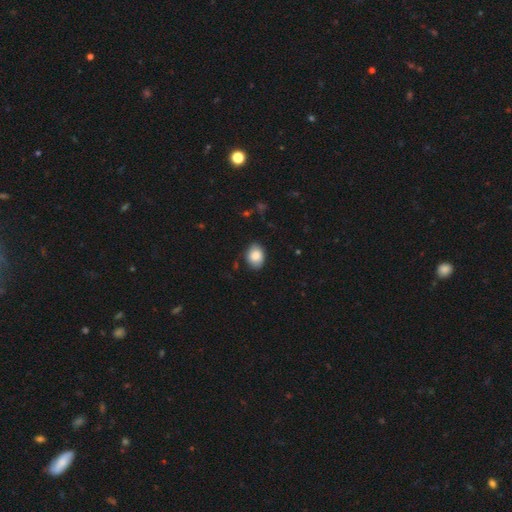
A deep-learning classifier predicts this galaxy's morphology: Smooth or featured? Predicted: smooth (p=0.85). How rounded? Predicted: in between (p=0.71). Merging? Predicted: none (p=0.81).